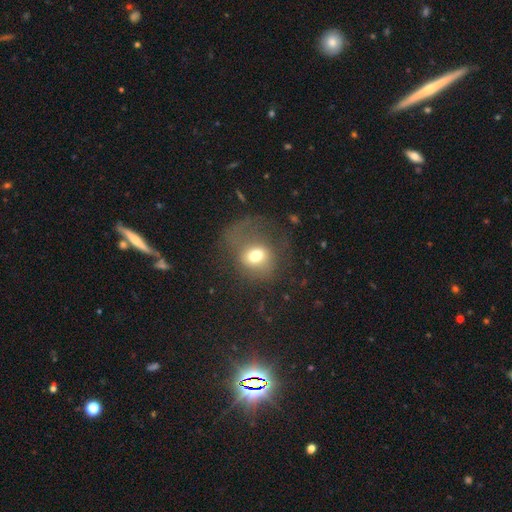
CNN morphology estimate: type=smooth (64%); roundness=round (67%); merging=major disturbance (40%).